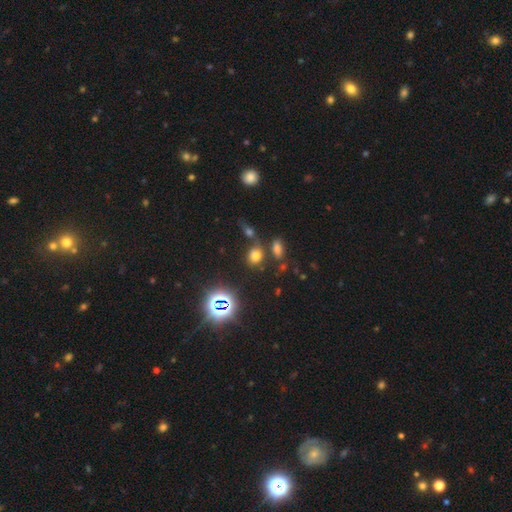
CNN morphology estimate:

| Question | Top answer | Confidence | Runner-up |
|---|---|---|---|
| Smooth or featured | smooth | 65% | star or artifact (27%) |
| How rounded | round | 49% | tied: in between (49%) |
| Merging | none | 68% | merger (16%) |